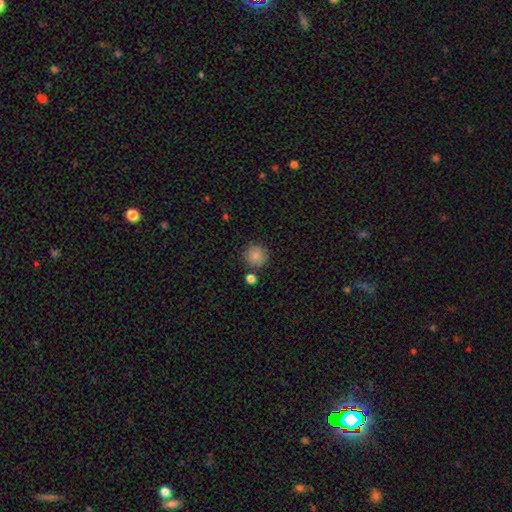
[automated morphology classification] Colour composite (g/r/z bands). It shows a smooth galaxy with no disk features (86%) that is round (94%). Merging: none (82%).